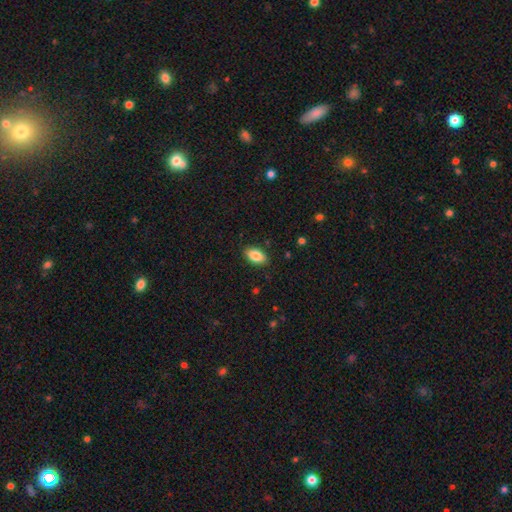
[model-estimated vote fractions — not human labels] Overall: smooth (85%). How rounded: in between (93%). Merging: none (88%).